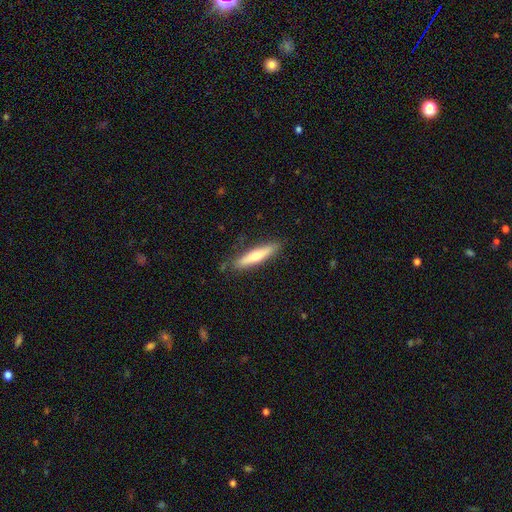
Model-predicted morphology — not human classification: A smooth galaxy with no disk features (55%) that is cigar-shaped (86%).

Vote fractions:
- Smooth or featured? smooth: 55% / featured or disk: 40% / star or artifact: 6%
- How rounded? cigar-shaped: 86% / in between: 13% / round: 1%
- Merging? none: 85% / minor disturbance: 12% / major disturbance: 2% / merger: 1%